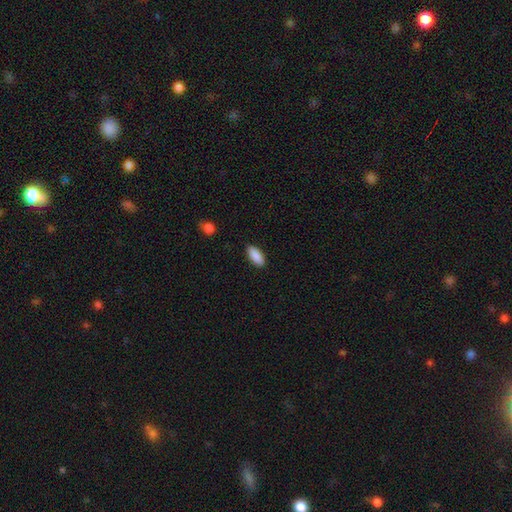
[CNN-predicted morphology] This appears to be a smooth galaxy with no disk features (90%) that is in between round and cigar-shaped (84%). Merging: none (88%).